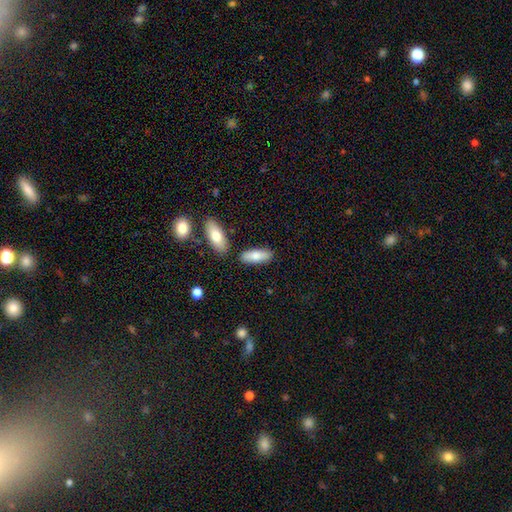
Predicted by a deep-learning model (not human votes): Smooth or featured? smooth (78%)
How rounded? in between (70%)
Merging? none (80%)